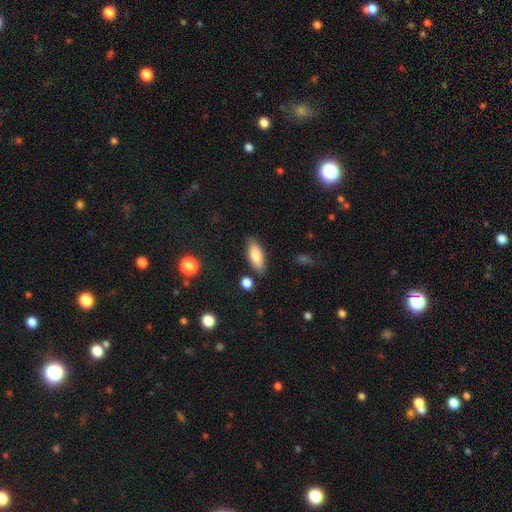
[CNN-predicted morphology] This appears to be a smooth galaxy with no disk features (83%) that is in between round and cigar-shaped (76%). Merging: none (83%).